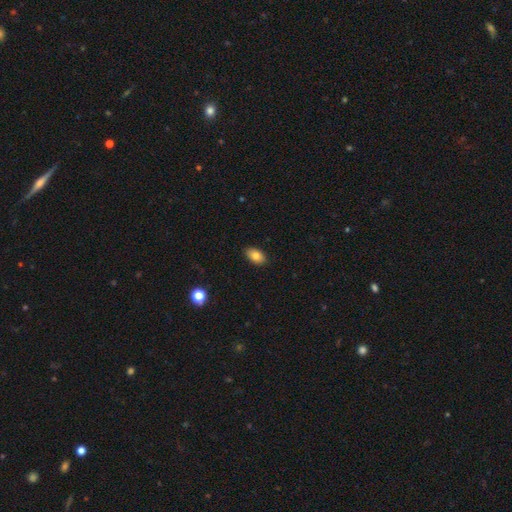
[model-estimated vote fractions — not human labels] A smooth galaxy with no disk features (81%) that is in between round and cigar-shaped (91%).

Vote fractions:
- Smooth or featured? smooth: 81% / featured or disk: 11% / star or artifact: 8%
- How rounded? in between: 91% / round: 7% / cigar-shaped: 2%
- Merging? none: 88% / minor disturbance: 9% / major disturbance: 2% / merger: 1%